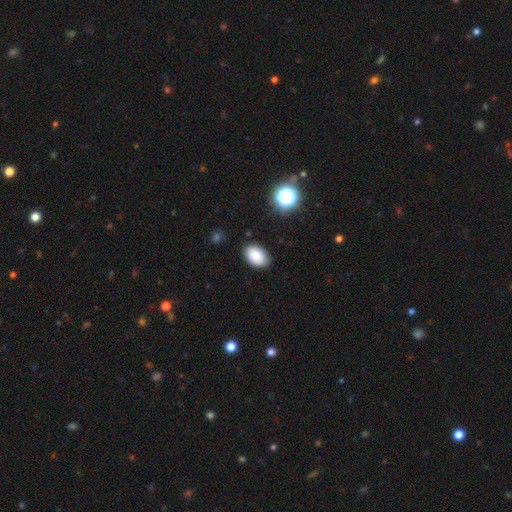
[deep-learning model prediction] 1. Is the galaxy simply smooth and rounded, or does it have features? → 87% smooth, 8% star or artifact, 5% featured or disk.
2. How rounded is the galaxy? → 89% in between, 10% round, 1% cigar-shaped.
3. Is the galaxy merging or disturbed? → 84% none, 12% minor disturbance, 2% major disturbance, 1% merger.